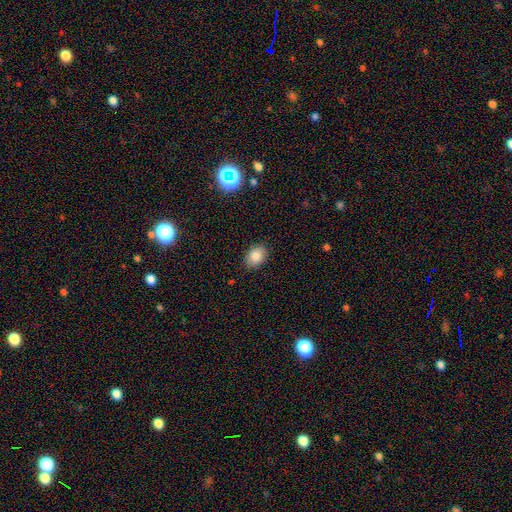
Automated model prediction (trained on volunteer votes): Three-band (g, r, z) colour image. It shows a smooth galaxy with no disk features (84%) that is in between round and cigar-shaped (72%). Merging: none (85%).